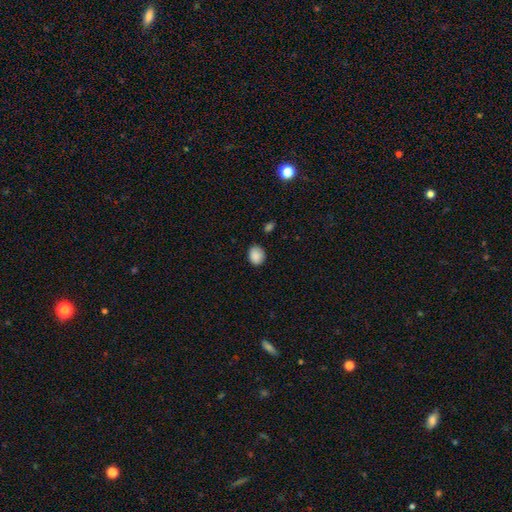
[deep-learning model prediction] Smooth or featured?
  - smooth: 88% *
  - star or artifact: 8%
  - featured or disk: 4%
How rounded?
  - round: 50% *
  - in between: 49%
  - cigar-shaped: 1%
Merging?
  - none: 78% *
  - minor disturbance: 16%
  - major disturbance: 3%
  - merger: 2%